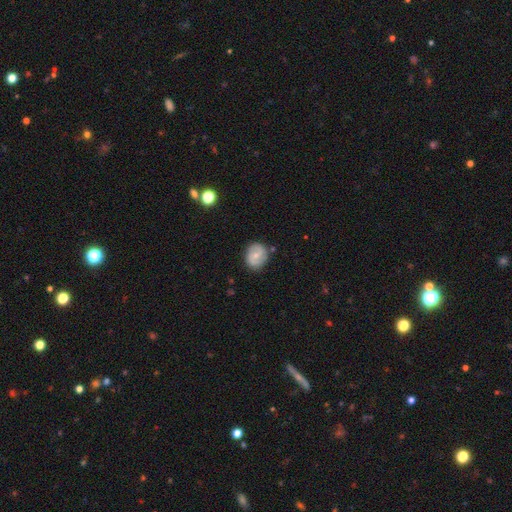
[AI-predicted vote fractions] Overall: featured or disk (48%; smooth 45%). Merging: none (78%).